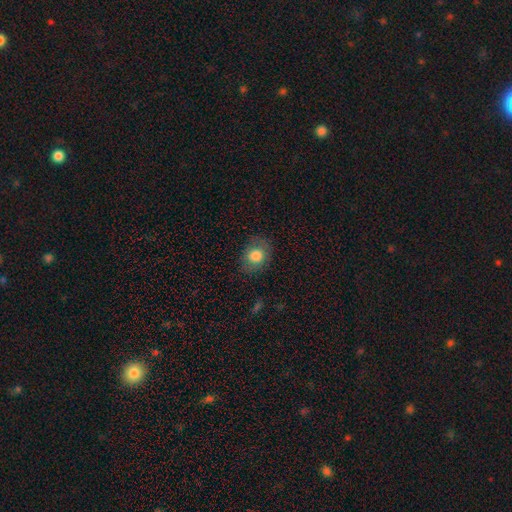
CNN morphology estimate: A smooth galaxy with no disk features (80%) that is round (50%).

Vote fractions:
- Smooth or featured? smooth: 80% / featured or disk: 11% / star or artifact: 9%
- How rounded? round: 50% / in between: 49% / cigar-shaped: 1%
- Merging? none: 78% / minor disturbance: 16% / major disturbance: 5% / merger: 1%